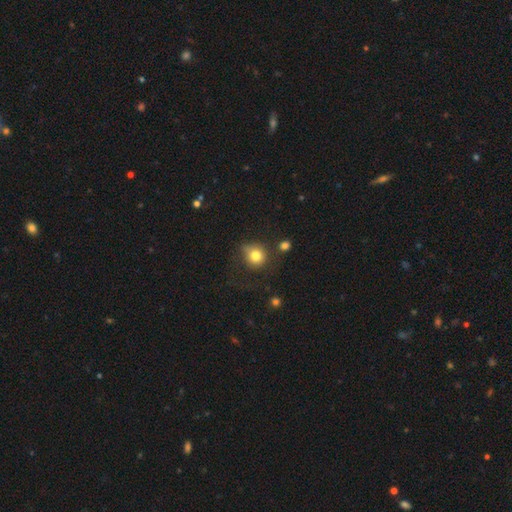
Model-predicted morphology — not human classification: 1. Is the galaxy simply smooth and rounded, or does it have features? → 79% smooth, 12% star or artifact, 9% featured or disk.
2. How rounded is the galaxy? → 84% round, 15% in between, 1% cigar-shaped.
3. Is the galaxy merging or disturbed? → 58% none, 24% minor disturbance, 13% major disturbance, 6% merger.